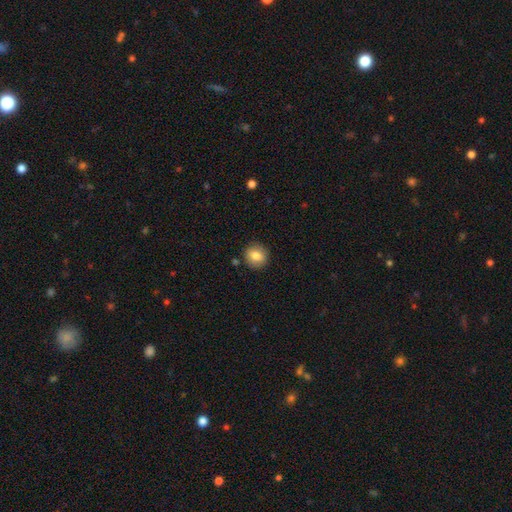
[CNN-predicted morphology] This appears to be a smooth galaxy with no disk features (79%) that is round (84%). Merging: none (87%).